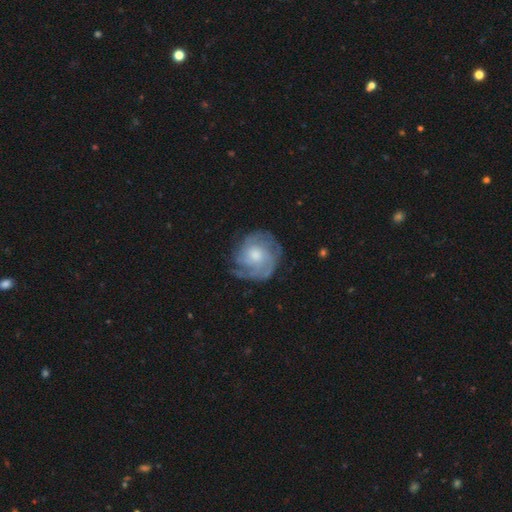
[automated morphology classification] Smooth or featured? Predicted: featured or disk (p=0.75). Edge-on disk? Predicted: no (p=0.98). Bar? Predicted: no (p=0.75). Spiral arms? Predicted: yes (p=0.91). Spiral winding? Predicted: tight (p=0.59). Spiral arm count? Predicted: can't tell (p=0.41). Bulge size? Predicted: moderate (p=0.57). Merging? Predicted: none (p=0.70).